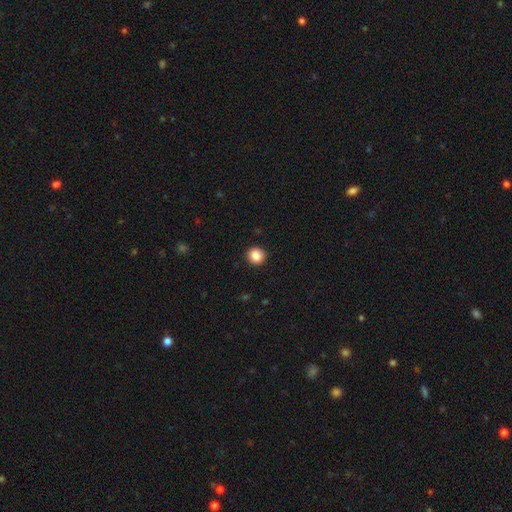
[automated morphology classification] smooth 86%, star or artifact 9%, featured or disk 4%. Down the decision tree: how rounded — round (88%); merging — none (92%).